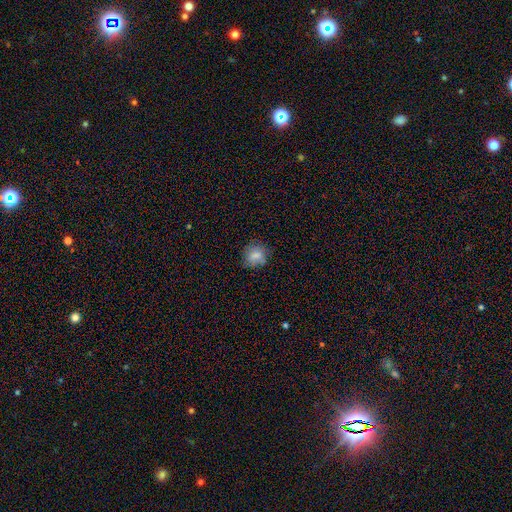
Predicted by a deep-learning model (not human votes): Smooth or featured? smooth (80%)
How rounded? round (73%)
Merging? none (73%)